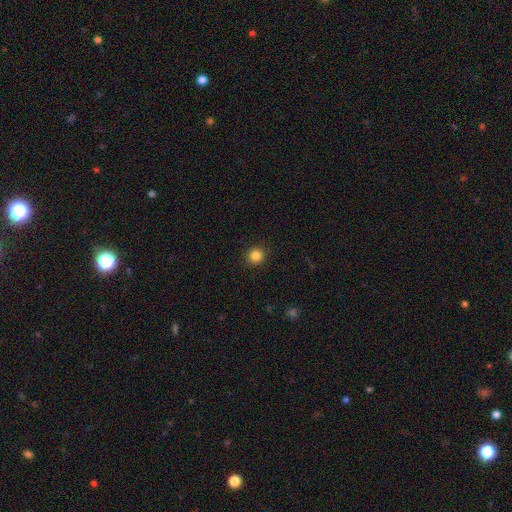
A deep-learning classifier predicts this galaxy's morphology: Smooth or featured? smooth (85%)
How rounded? round (92%)
Merging? none (92%)